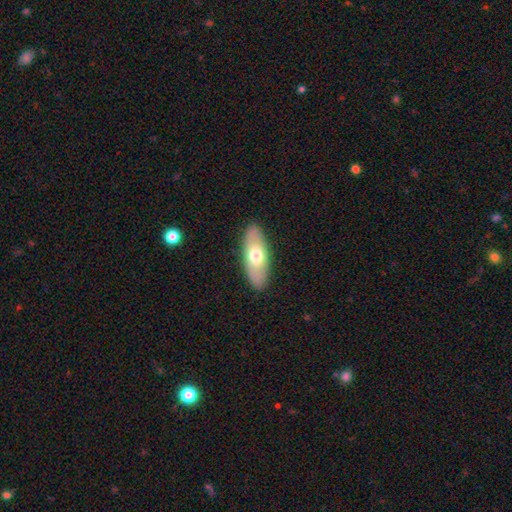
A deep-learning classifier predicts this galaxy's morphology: A smooth galaxy with no disk features (64%) that is in between round and cigar-shaped (76%).

Vote fractions:
- Smooth or featured? smooth: 64% / featured or disk: 30% / star or artifact: 5%
- How rounded? in between: 76% / cigar-shaped: 21% / round: 3%
- Merging? none: 88% / minor disturbance: 8% / major disturbance: 2% / merger: 1%